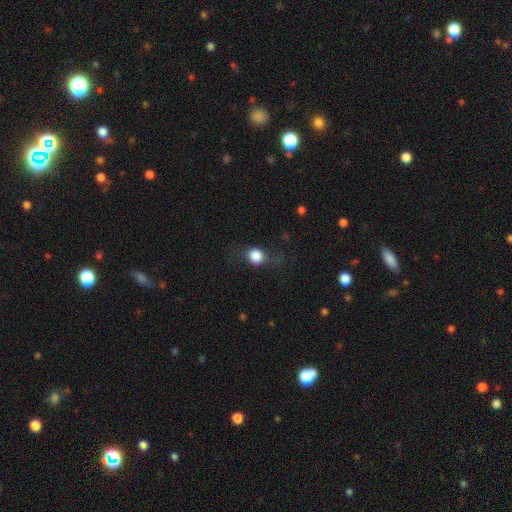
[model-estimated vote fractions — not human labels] This appears to be a smooth galaxy with no disk features (75%) that is round (74%). Merging: none (67%).